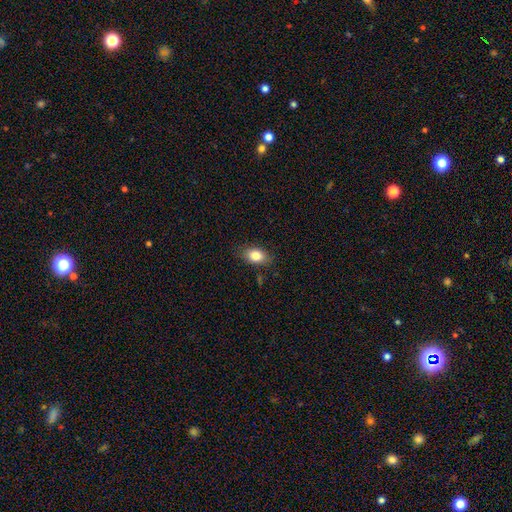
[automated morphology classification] smooth-or-featured: smooth: 83% | featured or disk: 9% | star or artifact: 8%
  how-rounded: in between: 84% | round: 14% | cigar-shaped: 2%
  merging: none: 82% | minor disturbance: 14% | major disturbance: 3% | merger: 1%